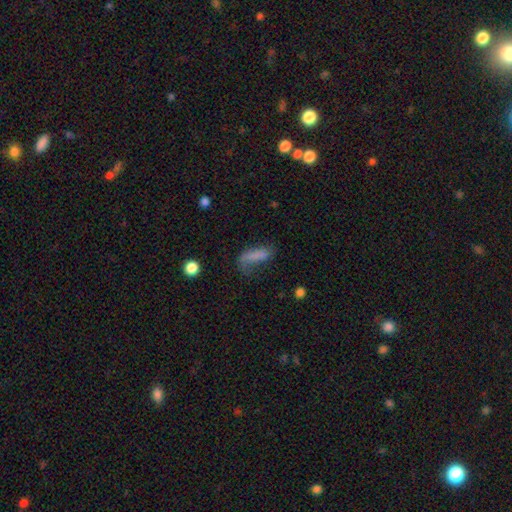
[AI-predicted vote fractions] The model was most divided on "merging": none: 36%, major disturbance: 33%, minor disturbance: 27%, merger: 4%. More confident: smooth or featured — smooth (72%); how rounded — in between (53%).